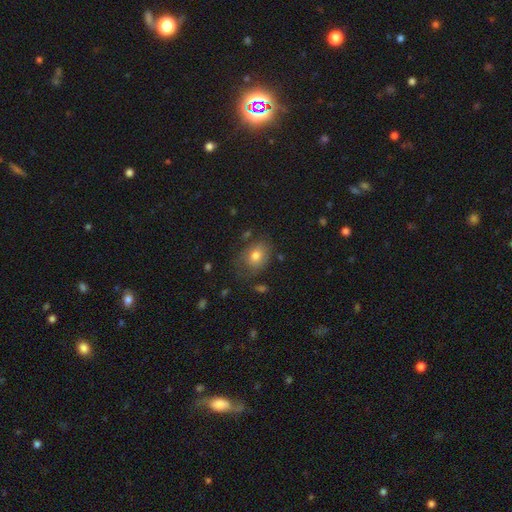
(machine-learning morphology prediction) Smooth or featured? smooth (75%)
How rounded? in between (61%)
Merging? none (63%)